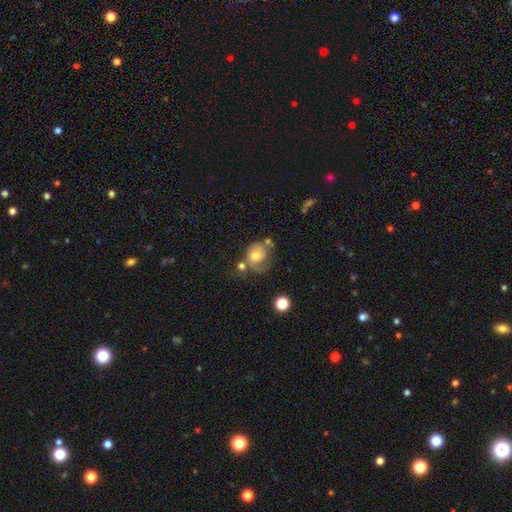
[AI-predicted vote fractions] featured or disk 46%, smooth 44%, star or artifact 10%. Down the decision tree: merging — none (32%).